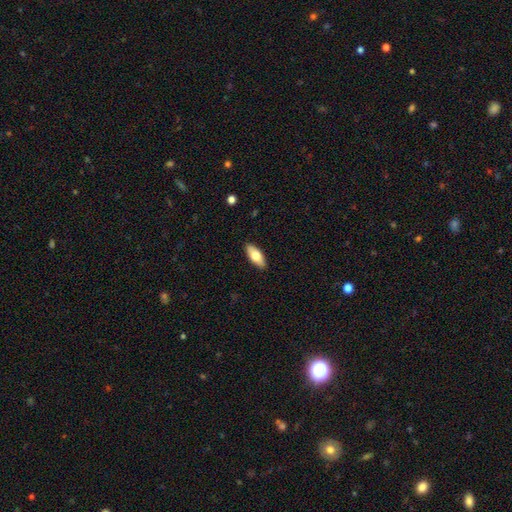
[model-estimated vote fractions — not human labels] A smooth galaxy with no disk features (67%) that is in between round and cigar-shaped (79%). Merging: none (90%).